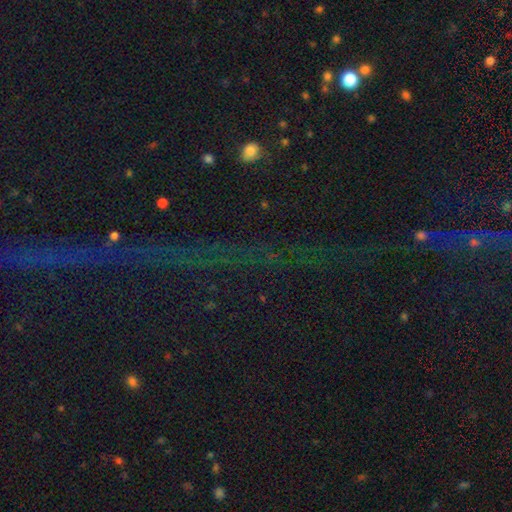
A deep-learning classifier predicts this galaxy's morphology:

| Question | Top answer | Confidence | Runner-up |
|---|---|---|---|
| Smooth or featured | star or artifact | 82% | featured or disk (9%) |